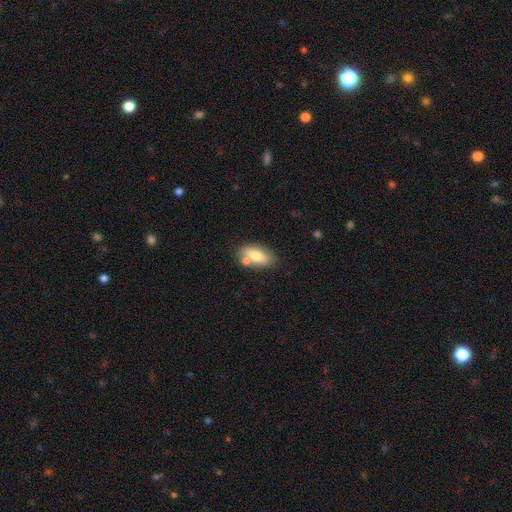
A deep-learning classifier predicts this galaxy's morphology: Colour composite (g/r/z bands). It shows a smooth galaxy with no disk features (69%) that is in between round and cigar-shaped (87%). Merging: none (67%).